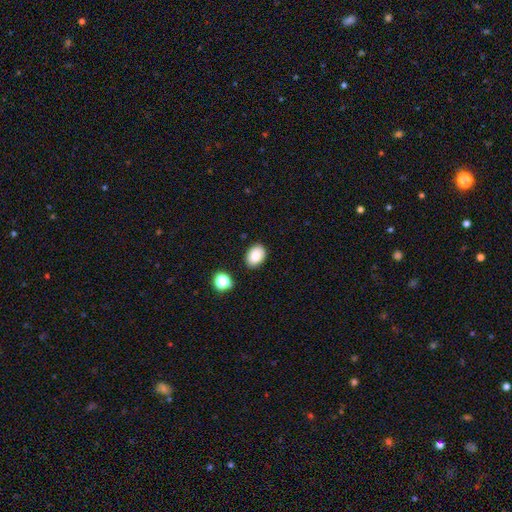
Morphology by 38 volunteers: This is clearly a smooth galaxy (89%). How rounded: likely in between (76%). Merging: likely none (77%).